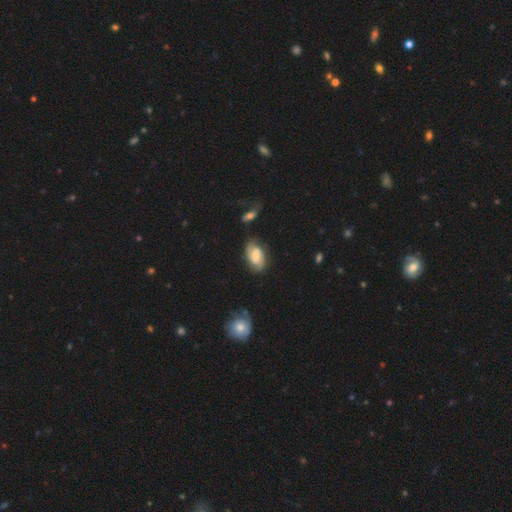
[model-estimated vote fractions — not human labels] Smooth or featured? featured or disk (56%)
Edge-on disk? no (95%)
Bar? weak (44%, tied with no)
Spiral arms? yes (87%)
Bulge size? moderate (39%)
Merging? none (68%)